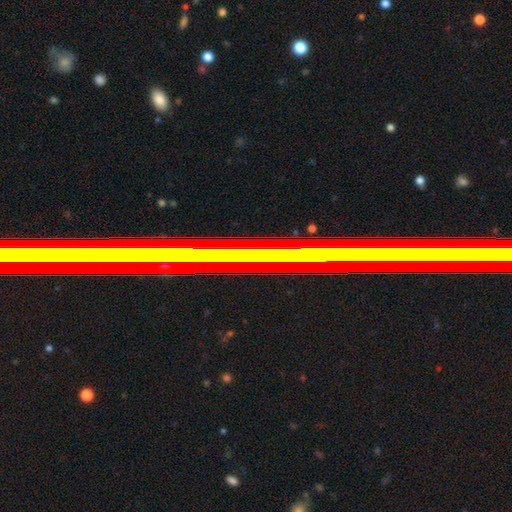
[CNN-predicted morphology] This appears to be a star or artifact, not a galaxy (71%).